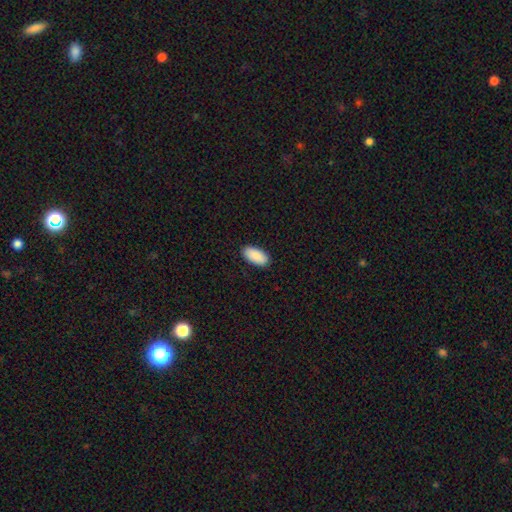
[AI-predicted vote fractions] Smooth or featured?
  - smooth: 90% *
  - star or artifact: 6%
  - featured or disk: 4%
How rounded?
  - in between: 94% *
  - cigar-shaped: 4%
  - round: 2%
Merging?
  - none: 90% *
  - minor disturbance: 8%
  - major disturbance: 2%
  - merger: 1%